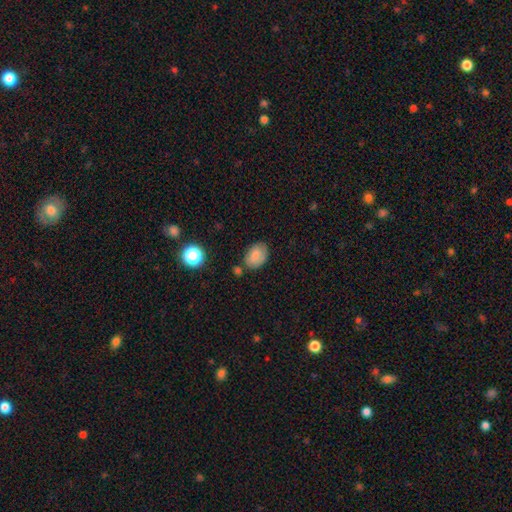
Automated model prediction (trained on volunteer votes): A smooth galaxy with no disk features (79%) that is in between round and cigar-shaped (81%).

Vote fractions:
- Smooth or featured? smooth: 79% / featured or disk: 12% / star or artifact: 10%
- How rounded? in between: 81% / round: 18% / cigar-shaped: 1%
- Merging? none: 67% / minor disturbance: 21% / merger: 7% / major disturbance: 5%